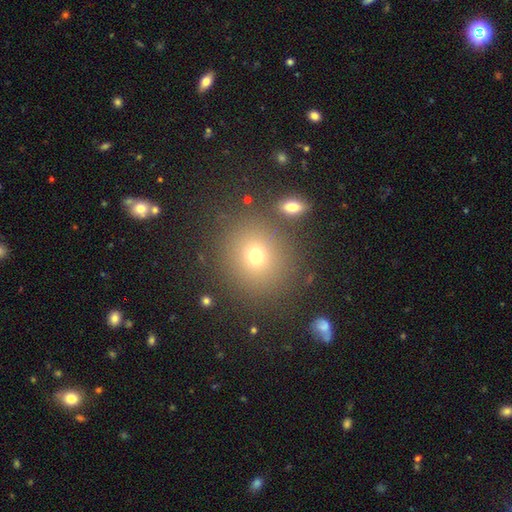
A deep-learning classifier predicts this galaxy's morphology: smooth_or_featured: smooth (p=0.70) [alt: star or artifact p=0.19]
how_rounded: round (p=0.82) [alt: in between p=0.17]
merging: none (p=0.84) [alt: minor disturbance p=0.08]